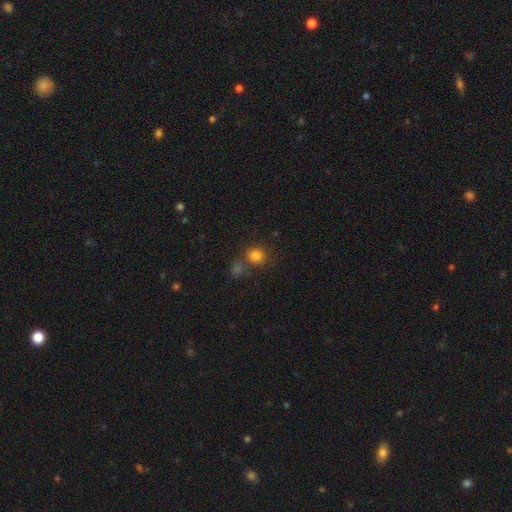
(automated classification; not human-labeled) Smooth or featured? smooth (80%)
How rounded? round (88%)
Merging? none (63%)